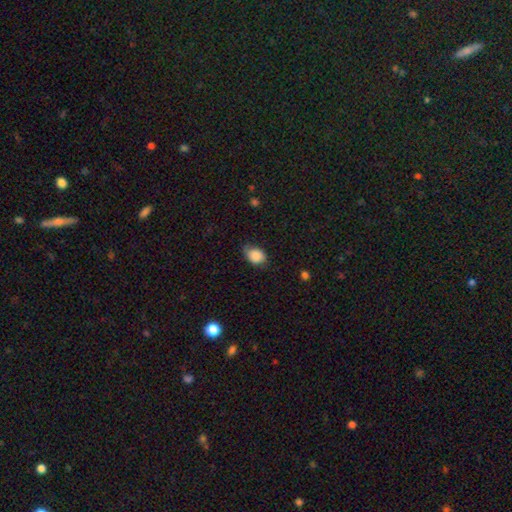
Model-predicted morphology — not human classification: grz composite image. It shows a smooth galaxy with no disk features (86%) that is in between round and cigar-shaped (71%). Merging: none (61%).